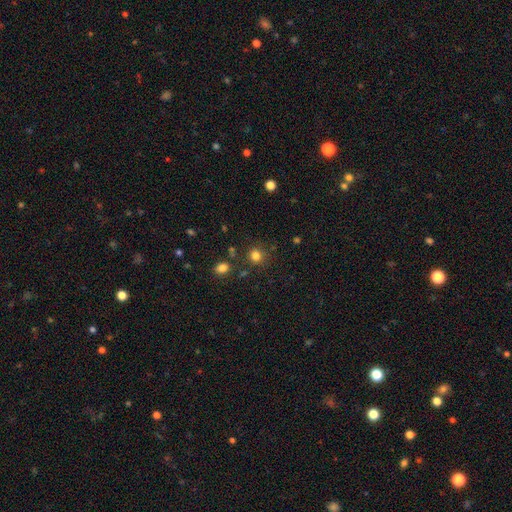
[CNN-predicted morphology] This appears to be a smooth galaxy with no disk features (80%) that is round (88%). Merging: none (83%).